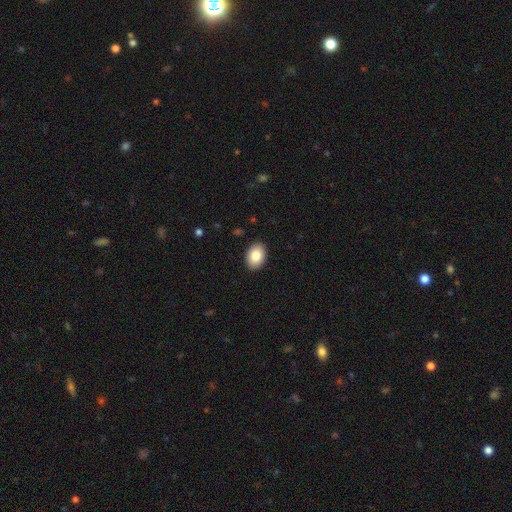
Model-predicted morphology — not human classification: Smooth or featured? Predicted: smooth (p=0.85). How rounded? Predicted: in between (p=0.85). Merging? Predicted: none (p=0.90).